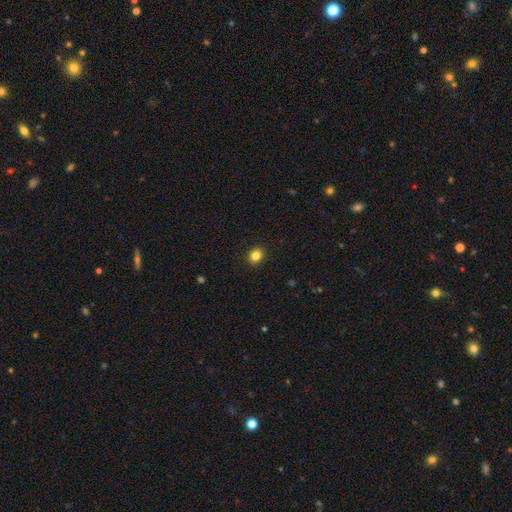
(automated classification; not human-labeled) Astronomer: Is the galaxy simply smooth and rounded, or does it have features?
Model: smooth — 83%.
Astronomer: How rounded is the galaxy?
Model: round — 74%.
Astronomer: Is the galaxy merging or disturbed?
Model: none — 92%.